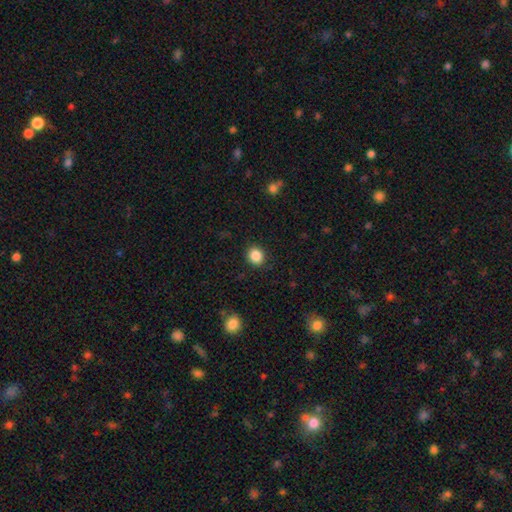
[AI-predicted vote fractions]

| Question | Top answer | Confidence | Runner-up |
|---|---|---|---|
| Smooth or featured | smooth | 87% | star or artifact (10%) |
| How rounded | round | 76% | in between (23%) |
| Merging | none | 90% | minor disturbance (7%) |